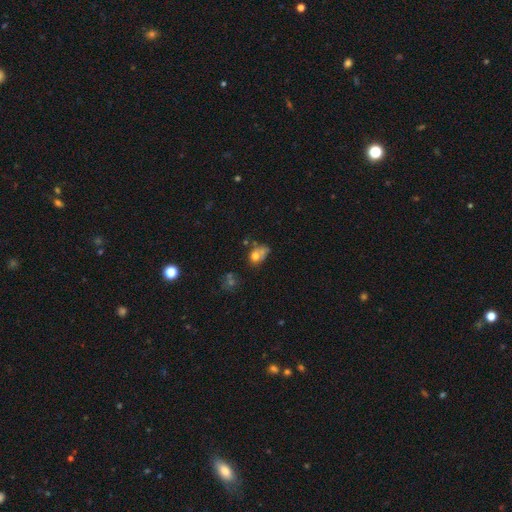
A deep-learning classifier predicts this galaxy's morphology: This appears to be a smooth galaxy with no disk features (63%) that is in between round and cigar-shaped (57%). Merging: none (30%).